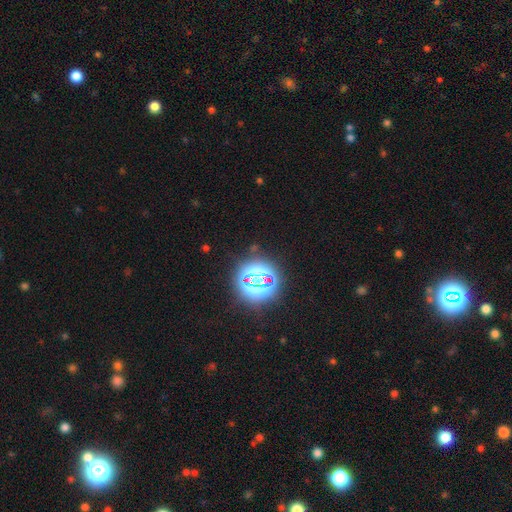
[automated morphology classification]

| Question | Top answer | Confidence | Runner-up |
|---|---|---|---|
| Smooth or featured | star or artifact | 80% | smooth (13%) |